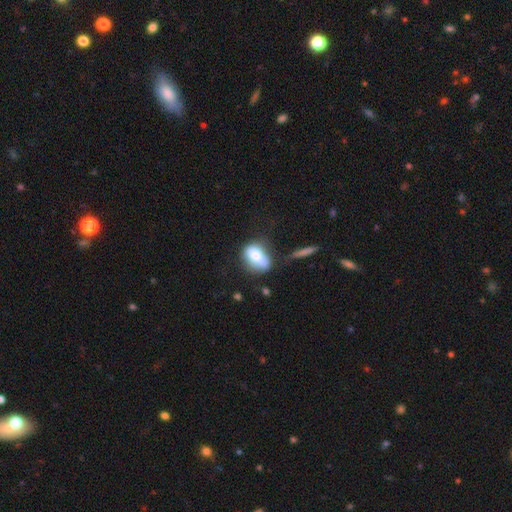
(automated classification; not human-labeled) This appears to be a smooth galaxy with no disk features (69%) that is in between round and cigar-shaped (78%). Merging: none (49%).